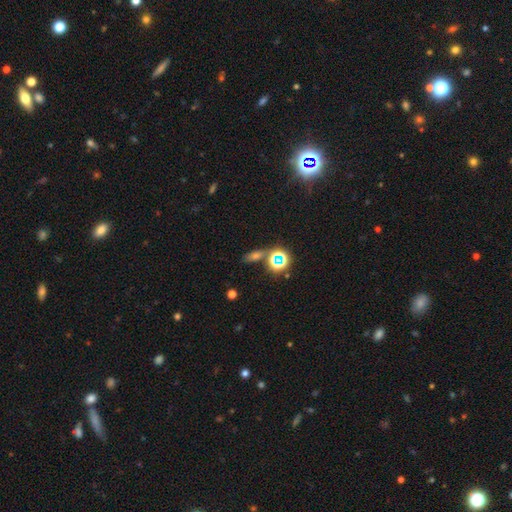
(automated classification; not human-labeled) star or artifact 46%, smooth 37%, featured or disk 17%.